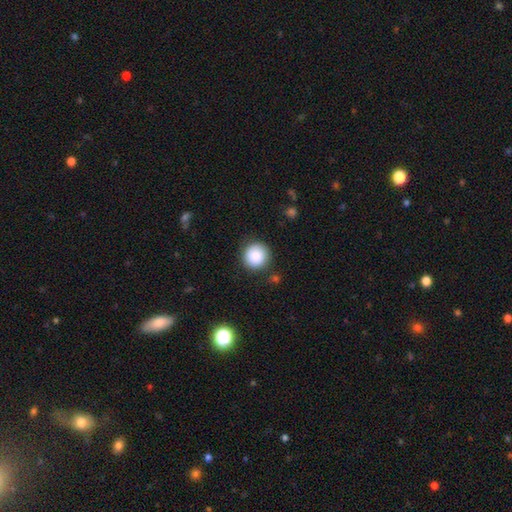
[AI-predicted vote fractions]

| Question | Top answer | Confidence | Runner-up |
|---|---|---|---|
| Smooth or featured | smooth | 87% | star or artifact (8%) |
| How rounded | round | 94% | in between (5%) |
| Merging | none | 88% | minor disturbance (8%) |